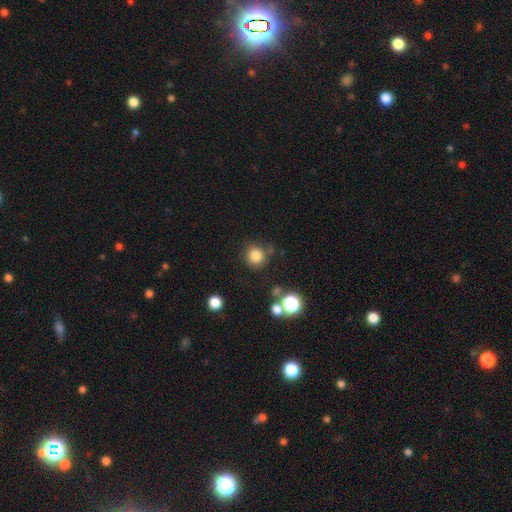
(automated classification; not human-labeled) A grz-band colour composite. It shows a smooth galaxy with no disk features (81%) that is round (93%). Merging: none (79%).